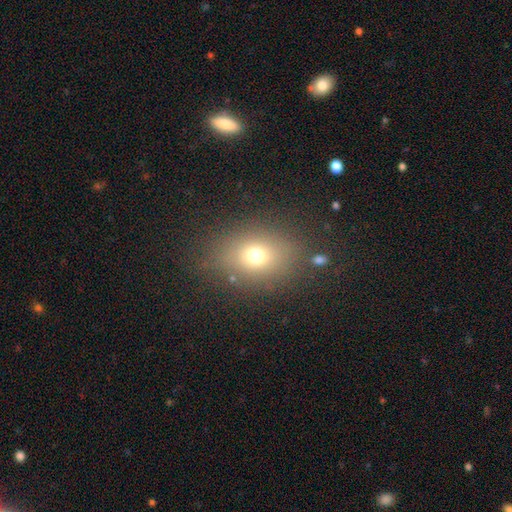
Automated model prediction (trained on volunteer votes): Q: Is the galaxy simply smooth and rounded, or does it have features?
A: smooth — 70%.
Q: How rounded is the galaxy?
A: in between — 58%.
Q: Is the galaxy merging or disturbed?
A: none — 79%.